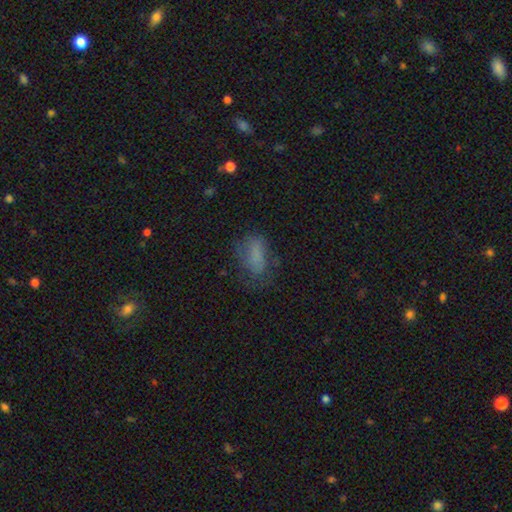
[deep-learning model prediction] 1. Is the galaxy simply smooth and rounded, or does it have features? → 68% smooth, 19% featured or disk, 13% star or artifact.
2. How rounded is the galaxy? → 87% in between, 7% round, 6% cigar-shaped.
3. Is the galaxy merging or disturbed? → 49% none, 27% minor disturbance, 23% major disturbance, 2% merger.